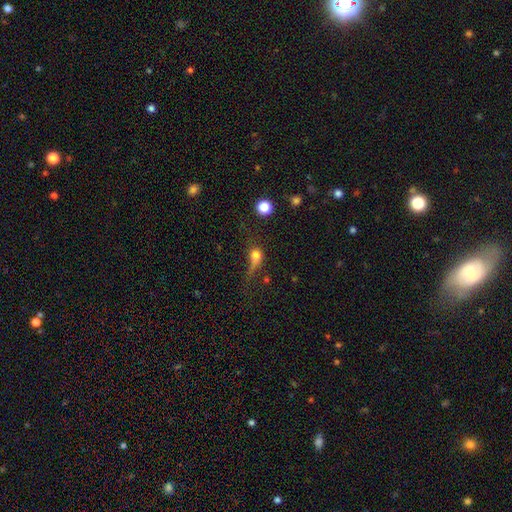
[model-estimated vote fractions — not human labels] Overall: smooth (66%). How rounded: round (55%; in between 39%). Merging: major disturbance (44%; none 27%).